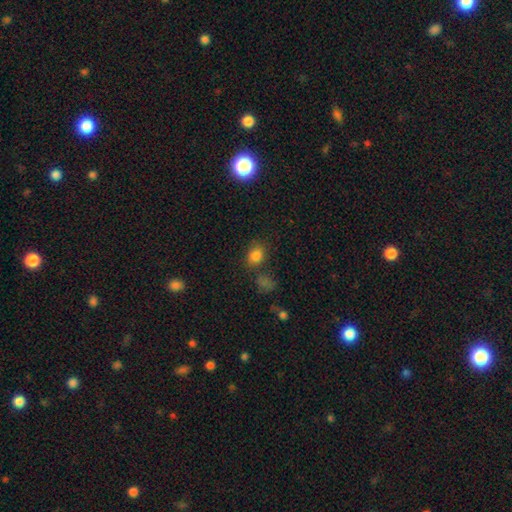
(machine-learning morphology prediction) smooth-or-featured: smooth: 81% | star or artifact: 13% | featured or disk: 6%
  how-rounded: in between: 60% | round: 38% | cigar-shaped: 1%
  merging: none: 66% | minor disturbance: 15% | merger: 13% | major disturbance: 6%